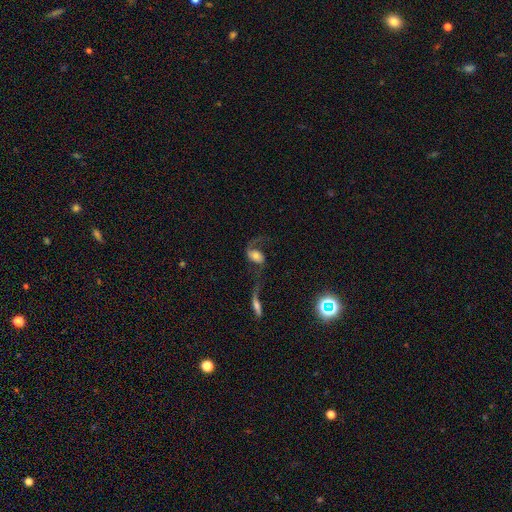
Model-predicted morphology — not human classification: A featured or disk galaxy (69%) with no bar (59%), 2 (69%) loose (78%) spiral arms (88%) and a moderate central bulge (47%).

Vote fractions:
- Smooth or featured? featured or disk: 69% / smooth: 22% / star or artifact: 9%
- Edge-on disk? no: 94% / yes: 6%
- Bar? no: 59% / weak: 29% / strong: 12%
- Spiral arms? yes: 88% / no: 12%
- Spiral winding? loose: 78% / medium: 17% / tight: 5%
- Spiral arm count? 2: 69% / 1: 25% / can't tell: 4% / 3: 1% / 4: 1% / more than 4: 1%
- Bulge size? moderate: 47% / small: 25% / large: 18% / none: 6% / dominant: 4%
- Merging? merger: 37% / none: 27% / major disturbance: 25% / minor disturbance: 11%